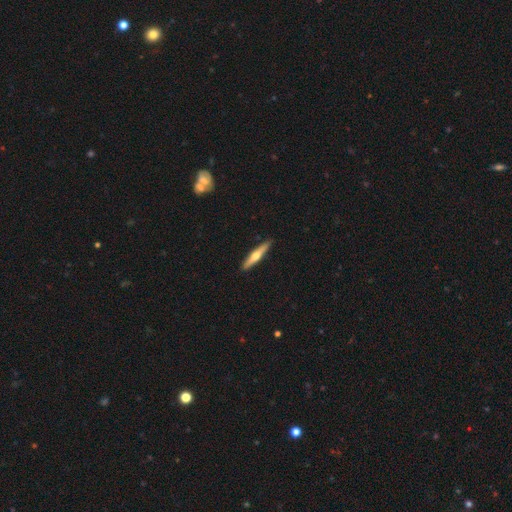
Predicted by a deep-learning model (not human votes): Morphology: type=featured or disk (53%); edge-on=yes (96%); edge-on bulge=rounded (90%); merging=none (91%).